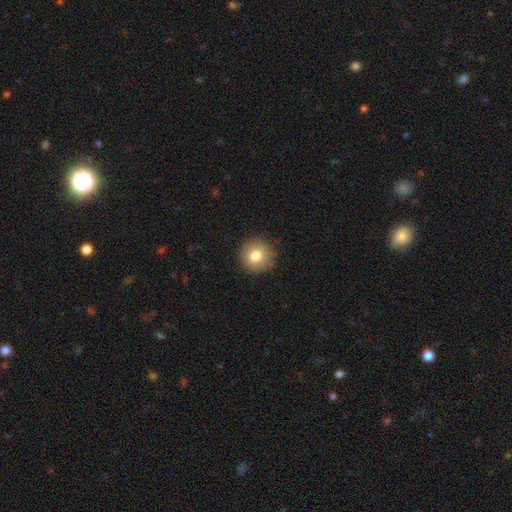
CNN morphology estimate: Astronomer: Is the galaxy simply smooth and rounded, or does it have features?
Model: smooth — 79%.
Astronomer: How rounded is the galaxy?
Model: round — 93%.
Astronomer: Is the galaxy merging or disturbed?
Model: none — 89%.